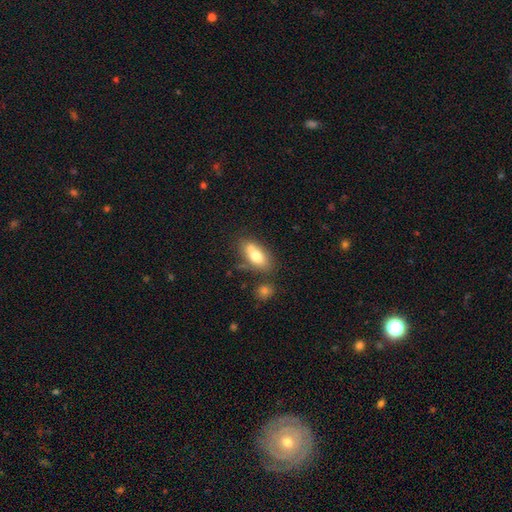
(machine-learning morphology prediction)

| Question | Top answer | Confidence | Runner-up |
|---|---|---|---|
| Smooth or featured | smooth | 73% | featured or disk (19%) |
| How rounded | in between | 83% | cigar-shaped (12%) |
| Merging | none | 56% | merger (19%) |